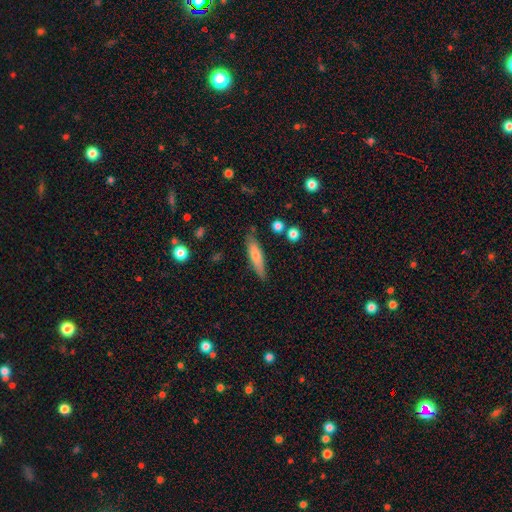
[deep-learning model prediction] The model was most divided on "smooth or featured": smooth: 71%, featured or disk: 22%, star or artifact: 6%. More confident: merging — none (81%); how rounded — cigar-shaped (76%).